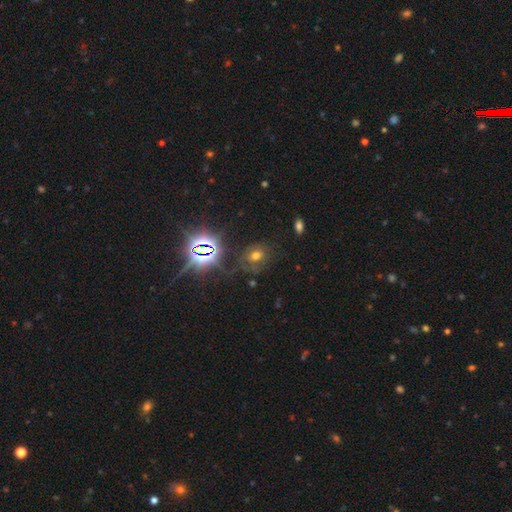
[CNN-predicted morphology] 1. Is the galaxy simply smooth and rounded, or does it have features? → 43% smooth, 37% star or artifact, 20% featured or disk.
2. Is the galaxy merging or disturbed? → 65% none, 19% minor disturbance, 13% major disturbance, 4% merger.